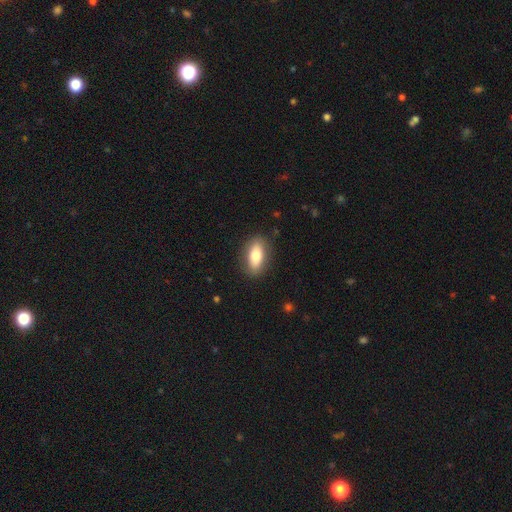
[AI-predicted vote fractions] The model was most divided on "smooth or featured": smooth: 77%, featured or disk: 17%, star or artifact: 7%. More confident: merging — none (86%); how rounded — in between (83%).